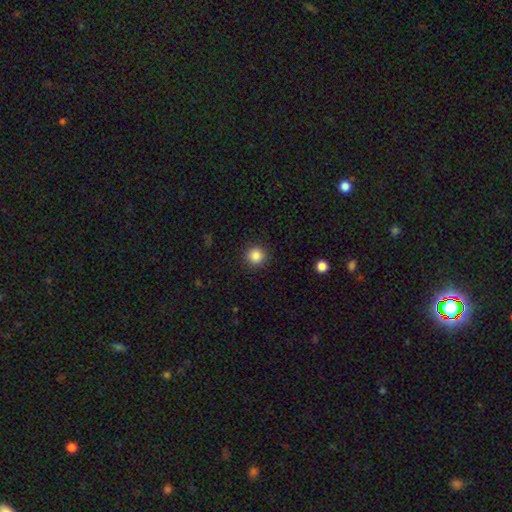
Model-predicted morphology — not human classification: Smooth or featured? Predicted: smooth (p=0.86). How rounded? Predicted: round (p=0.95). Merging? Predicted: none (p=0.92).